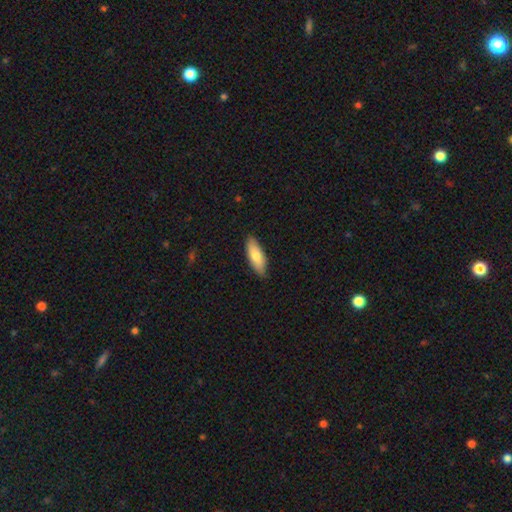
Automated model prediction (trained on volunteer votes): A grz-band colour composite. It shows a smooth galaxy with no disk features (77%) that is in between round and cigar-shaped (60%). Merging: none (86%).